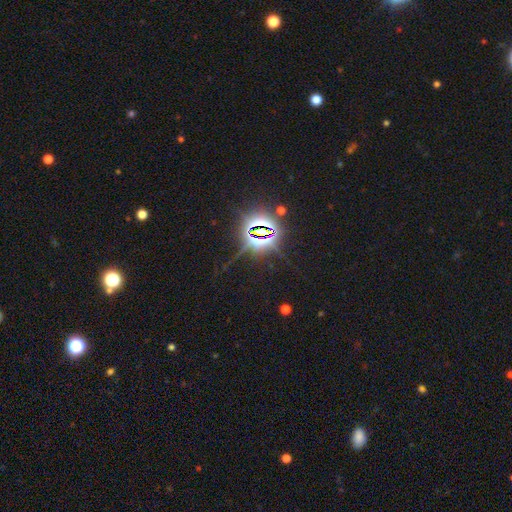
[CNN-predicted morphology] This appears to be a star or artifact, not a galaxy (84%).